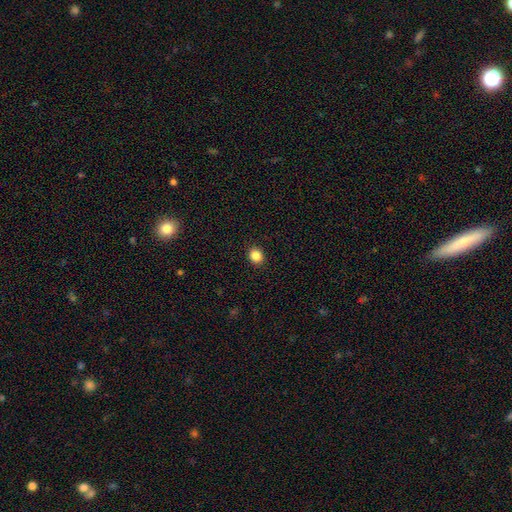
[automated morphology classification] A smooth galaxy with no disk features (86%) that is round (68%).

Vote fractions:
- Smooth or featured? smooth: 86% / star or artifact: 11% / featured or disk: 4%
- How rounded? round: 68% / in between: 31% / cigar-shaped: 1%
- Merging? none: 92% / minor disturbance: 6% / major disturbance: 2% / merger: 1%